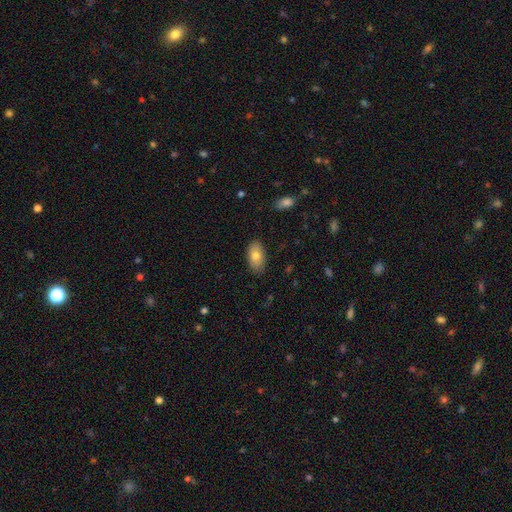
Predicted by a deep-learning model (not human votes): A smooth galaxy with no disk features (77%) that is in between round and cigar-shaped (93%).

Vote fractions:
- Smooth or featured? smooth: 77% / featured or disk: 16% / star or artifact: 7%
- How rounded? in between: 93% / round: 4% / cigar-shaped: 3%
- Merging? none: 85% / minor disturbance: 12% / major disturbance: 2% / merger: 1%